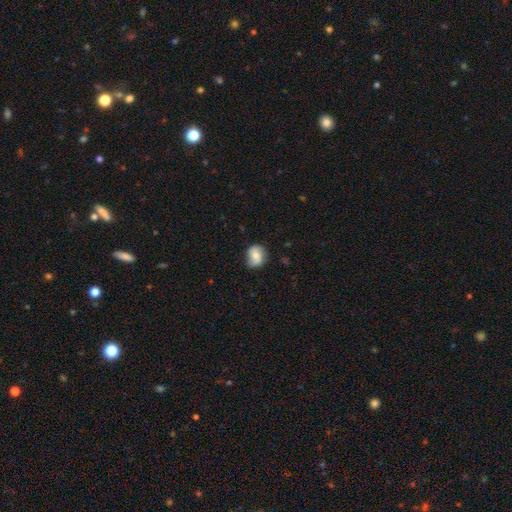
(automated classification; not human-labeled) Smooth or featured: smooth — 59% (featured or disk — 32%)
How rounded: round — 66% (in between — 33%)
Merging: none — 67% (minor disturbance — 25%)